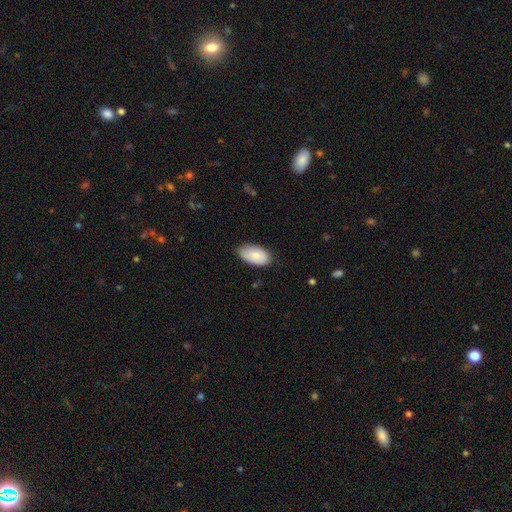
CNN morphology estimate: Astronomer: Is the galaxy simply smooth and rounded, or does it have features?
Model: smooth — 84%.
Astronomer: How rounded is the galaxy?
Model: in between — 95%.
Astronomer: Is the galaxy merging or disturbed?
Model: none — 76%.